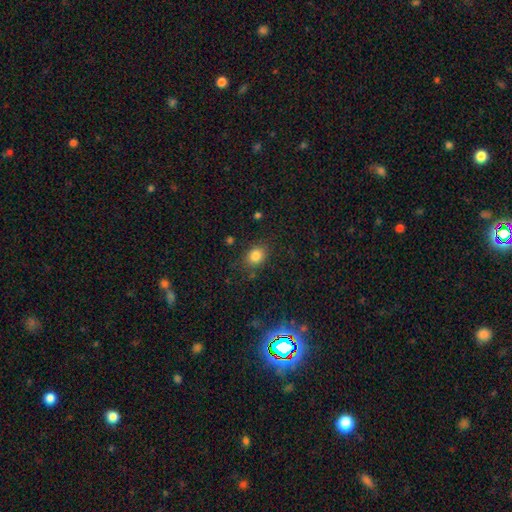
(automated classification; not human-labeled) smooth_or_featured: smooth (p=0.82) [alt: star or artifact p=0.11]
how_rounded: round (p=0.53) [alt: in between p=0.46]
merging: none (p=0.81) [alt: minor disturbance p=0.13]